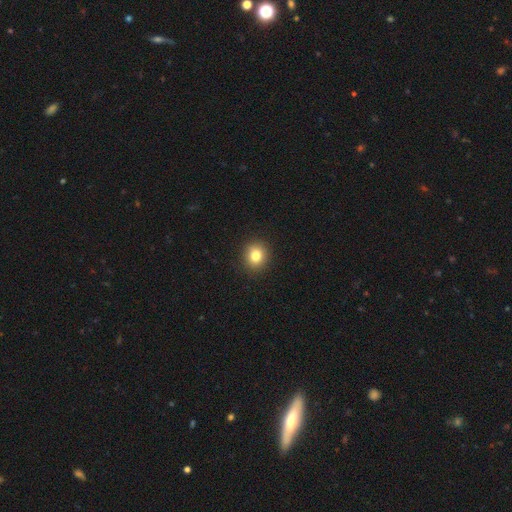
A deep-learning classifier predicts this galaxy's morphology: Smooth or featured? Predicted: smooth (p=0.81). How rounded? Predicted: round (p=0.83). Merging? Predicted: none (p=0.92).